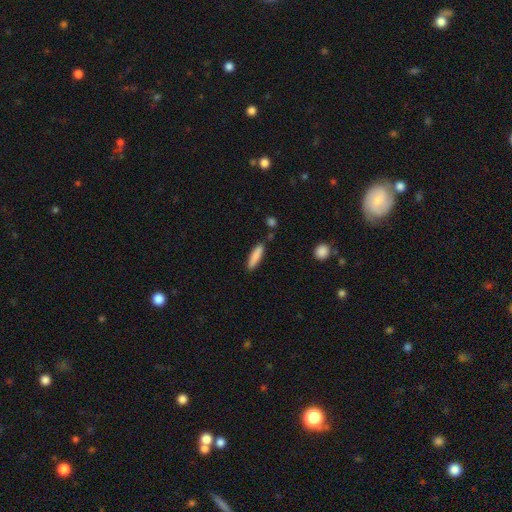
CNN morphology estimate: Smooth or featured? Predicted: smooth (p=0.86). How rounded? Predicted: cigar-shaped (p=0.77). Merging? Predicted: none (p=0.83).